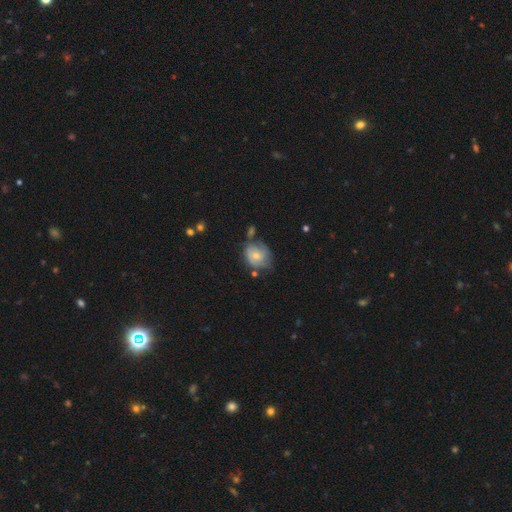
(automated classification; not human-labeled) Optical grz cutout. It shows a featured or disk galaxy (47%). Merging: none (48%).